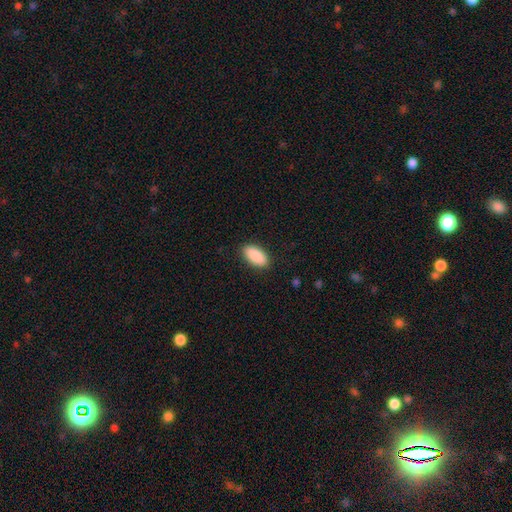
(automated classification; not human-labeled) Q: Smooth or featured?
A: smooth (91%); runner-up: star or artifact (6%)
Q: How rounded?
A: in between (93%); runner-up: cigar-shaped (4%)
Q: Merging?
A: none (89%); runner-up: minor disturbance (8%)